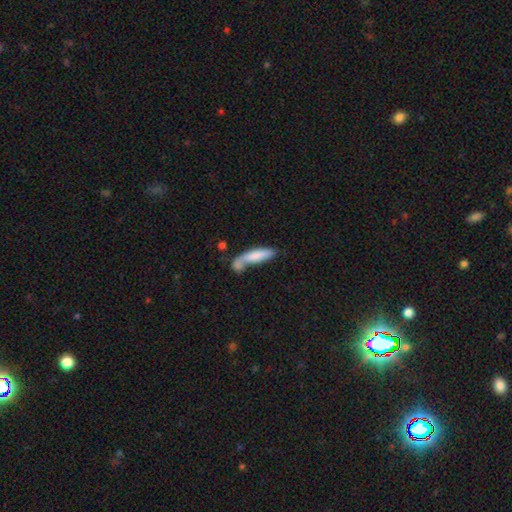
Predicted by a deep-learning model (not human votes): Q: Smooth or featured?
A: smooth (76%); runner-up: featured or disk (18%)
Q: How rounded?
A: cigar-shaped (69%); runner-up: in between (29%)
Q: Merging?
A: merger (37%); tied with: none (37%)